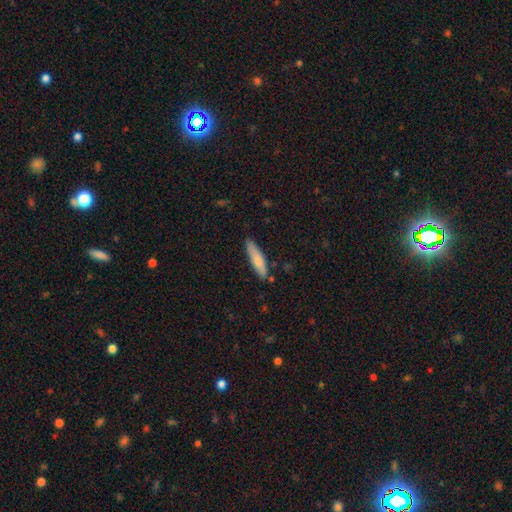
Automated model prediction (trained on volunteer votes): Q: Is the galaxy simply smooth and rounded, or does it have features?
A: smooth — 75%.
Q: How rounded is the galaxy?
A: cigar-shaped — 81%.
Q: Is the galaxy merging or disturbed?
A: none — 82%.